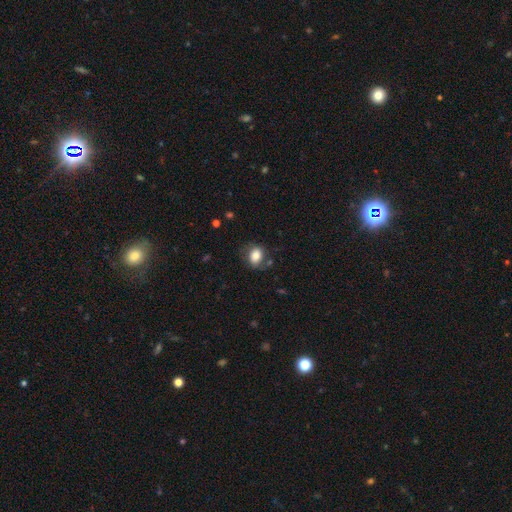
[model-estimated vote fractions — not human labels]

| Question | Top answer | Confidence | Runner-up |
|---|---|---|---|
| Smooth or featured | smooth | 77% | featured or disk (15%) |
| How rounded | in between | 60% | round (39%) |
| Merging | none | 65% | minor disturbance (22%) |